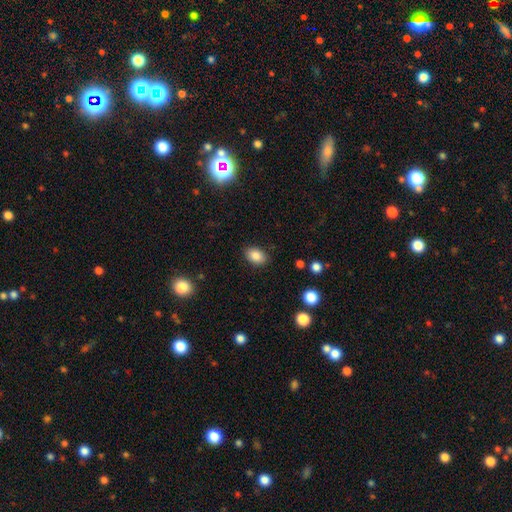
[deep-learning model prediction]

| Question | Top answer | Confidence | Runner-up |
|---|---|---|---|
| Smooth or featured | smooth | 86% | star or artifact (9%) |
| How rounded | in between | 80% | round (19%) |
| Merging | none | 87% | minor disturbance (10%) |